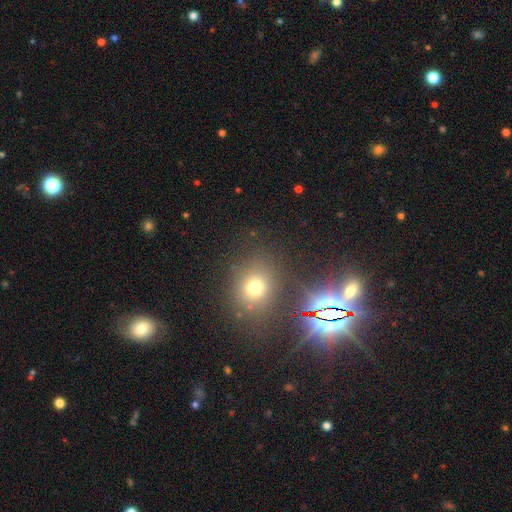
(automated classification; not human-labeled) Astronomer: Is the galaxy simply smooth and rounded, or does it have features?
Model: star or artifact — 47% (runner-up: smooth, 41%).